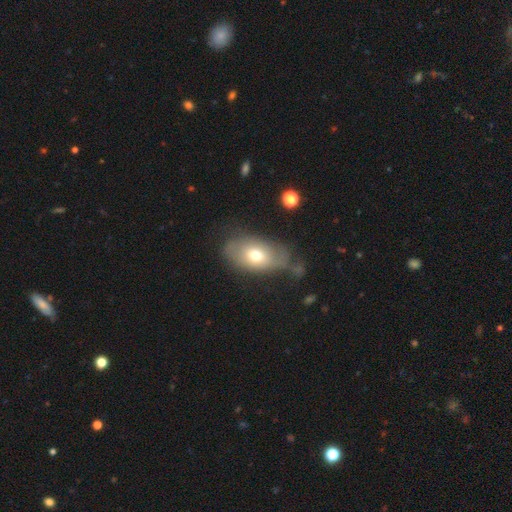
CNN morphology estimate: A smooth galaxy with no disk features (66%) that is in between round and cigar-shaped (87%). Merging: none (47%).